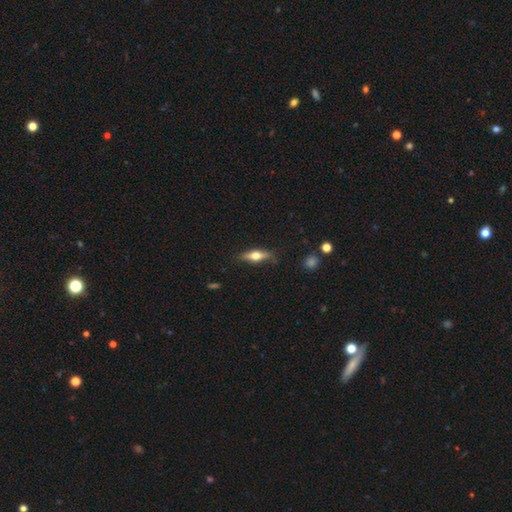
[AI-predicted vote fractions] Smooth or featured? Predicted: featured or disk (p=0.47). Merging? Predicted: none (p=0.78).